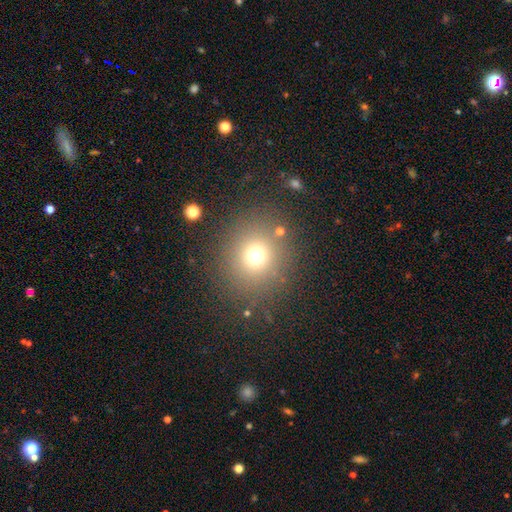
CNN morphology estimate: Q: Smooth or featured?
A: smooth (70%); runner-up: star or artifact (20%)
Q: How rounded?
A: round (86%); runner-up: in between (13%)
Q: Merging?
A: none (84%); runner-up: minor disturbance (8%)